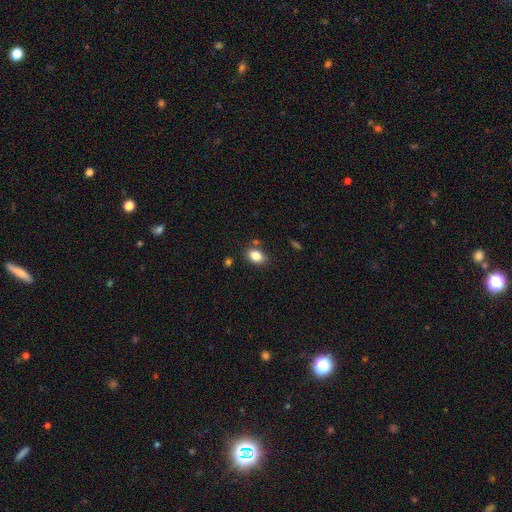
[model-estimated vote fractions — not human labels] smooth-or-featured: smooth: 84% | star or artifact: 9% | featured or disk: 7%
  how-rounded: in between: 78% | round: 20% | cigar-shaped: 1%
  merging: none: 79% | minor disturbance: 13% | merger: 6% | major disturbance: 3%